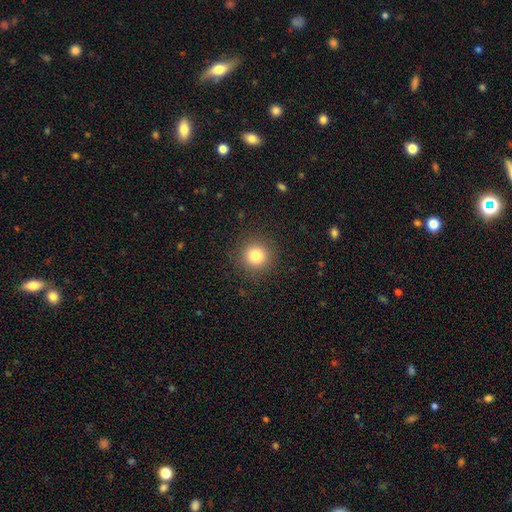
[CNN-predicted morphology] smooth 81%, star or artifact 12%, featured or disk 7%. Down the decision tree: how rounded — round (94%); merging — none (90%).